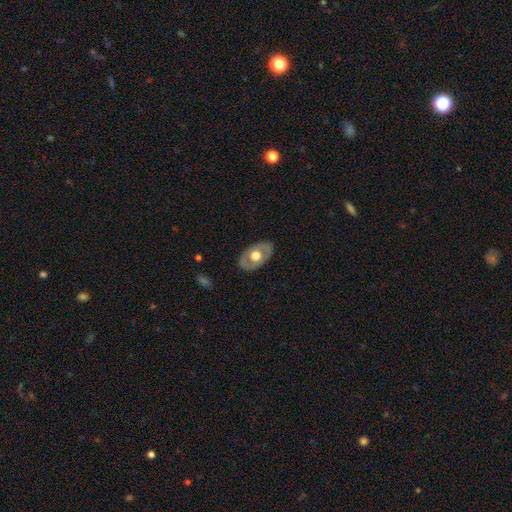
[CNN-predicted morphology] smooth-or-featured: featured or disk: 54% | smooth: 41% | star or artifact: 5%
  disk-edge-on: no: 87% | yes: 13%
  merging: none: 83% | minor disturbance: 12% | major disturbance: 4% | merger: 1%